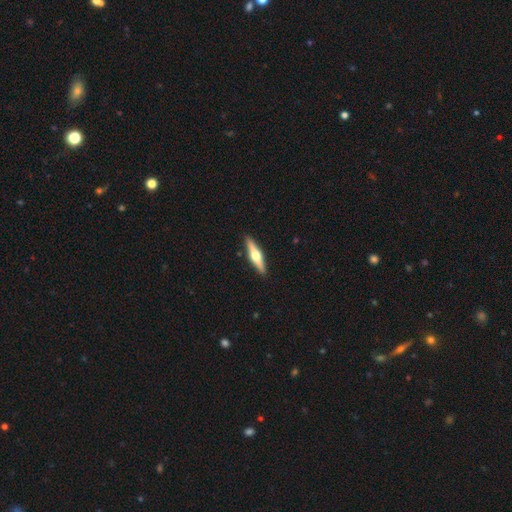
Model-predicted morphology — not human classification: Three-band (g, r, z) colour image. It shows a featured or disk galaxy (63%) viewed edge-on (96%) with a rounded central bulge (95%). Merging: none (91%).